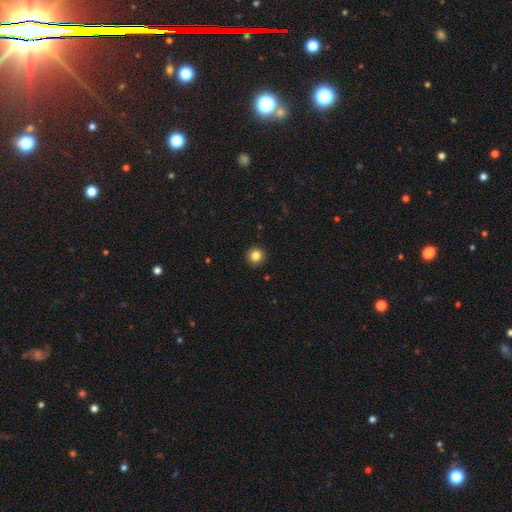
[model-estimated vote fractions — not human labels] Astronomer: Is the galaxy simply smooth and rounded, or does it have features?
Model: smooth — 83%.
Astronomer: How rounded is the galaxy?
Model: round — 95%.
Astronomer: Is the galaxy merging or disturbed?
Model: none — 93%.